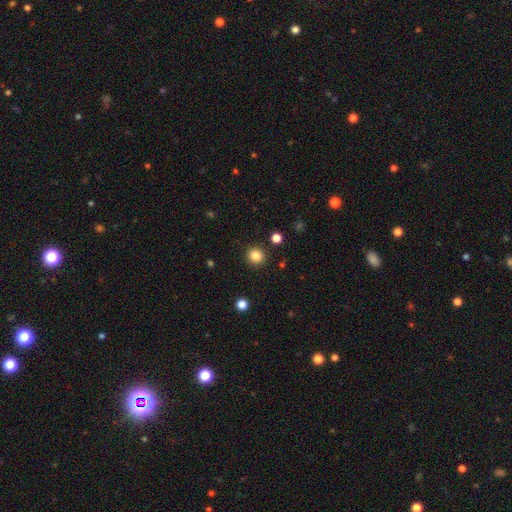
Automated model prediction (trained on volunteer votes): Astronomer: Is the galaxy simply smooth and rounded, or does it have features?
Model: smooth — 84%.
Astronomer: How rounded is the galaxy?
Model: round — 92%.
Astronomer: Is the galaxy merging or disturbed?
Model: none — 91%.